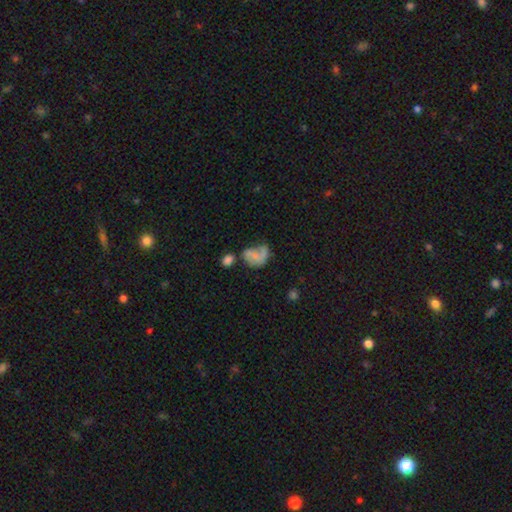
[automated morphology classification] A smooth galaxy with no disk features (51%) that is in between round and cigar-shaped (66%).

Vote fractions:
- Smooth or featured? smooth: 51% / featured or disk: 38% / star or artifact: 12%
- How rounded? in between: 66% / round: 32% / cigar-shaped: 2%
- Merging? major disturbance: 32% / none: 26% / minor disturbance: 23% / merger: 19%